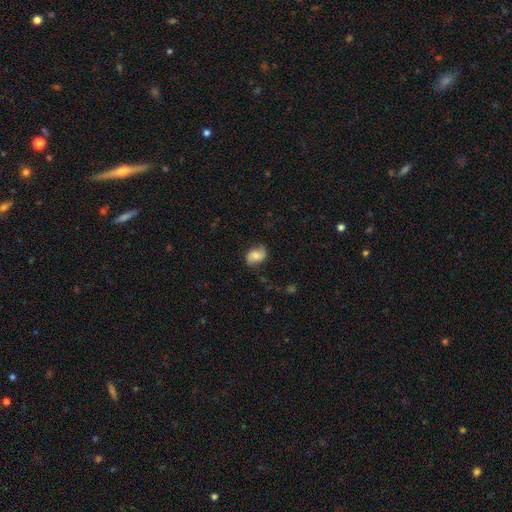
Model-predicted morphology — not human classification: type=smooth (57%); roundness=in between (77%); merging=none (72%).